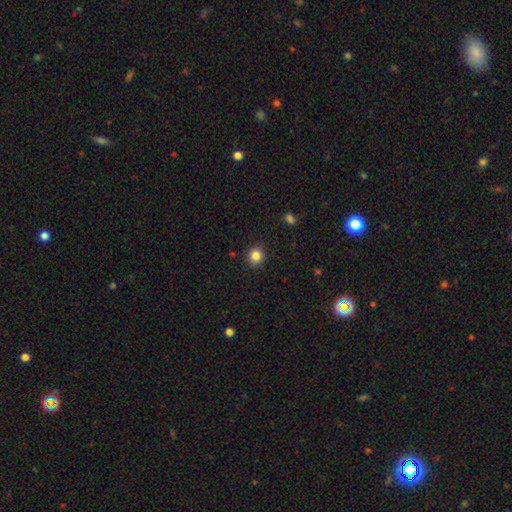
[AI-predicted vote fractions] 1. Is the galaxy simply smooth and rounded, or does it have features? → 84% smooth, 11% star or artifact, 5% featured or disk.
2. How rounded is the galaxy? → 88% round, 11% in between, 1% cigar-shaped.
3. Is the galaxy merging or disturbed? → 91% none, 6% minor disturbance, 2% major disturbance, 1% merger.